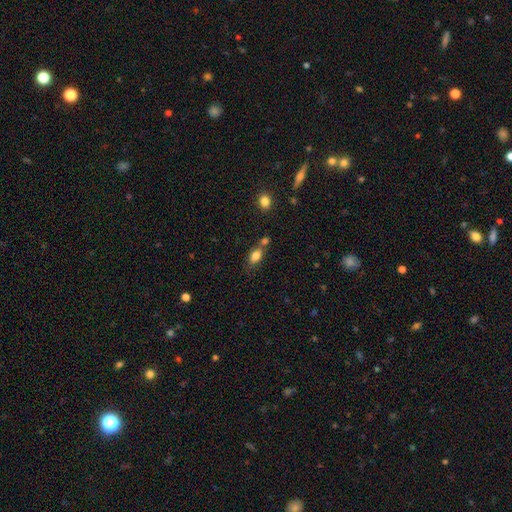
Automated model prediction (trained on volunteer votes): Smooth or featured? Predicted: smooth (p=0.80). How rounded? Predicted: in between (p=0.83). Merging? Predicted: none (p=0.48).